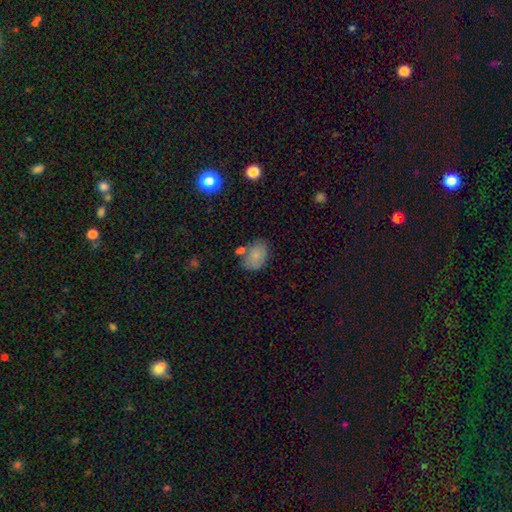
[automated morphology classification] Q: Smooth or featured?
A: smooth (80%); runner-up: featured or disk (12%)
Q: How rounded?
A: in between (76%); runner-up: round (23%)
Q: Merging?
A: none (61%); runner-up: minor disturbance (20%)